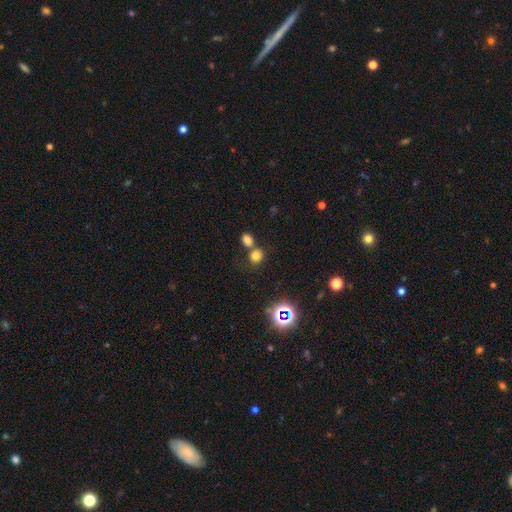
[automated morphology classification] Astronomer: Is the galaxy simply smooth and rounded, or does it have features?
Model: smooth — 74%.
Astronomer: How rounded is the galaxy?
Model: round — 73%.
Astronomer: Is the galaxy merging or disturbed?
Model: none — 53% (runner-up: merger, 34%).